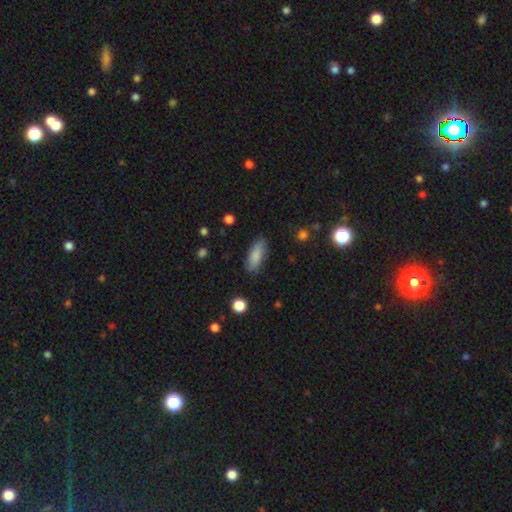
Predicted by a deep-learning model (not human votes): Smooth or featured: smooth — 84% (featured or disk — 9%)
How rounded: in between — 70% (cigar-shaped — 28%)
Merging: none — 83% (minor disturbance — 12%)